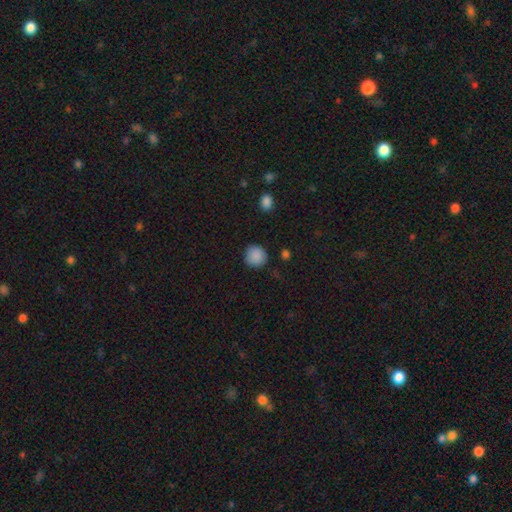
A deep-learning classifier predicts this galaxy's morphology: Smooth or featured? Predicted: smooth (p=0.88). How rounded? Predicted: round (p=0.92). Merging? Predicted: none (p=0.86).